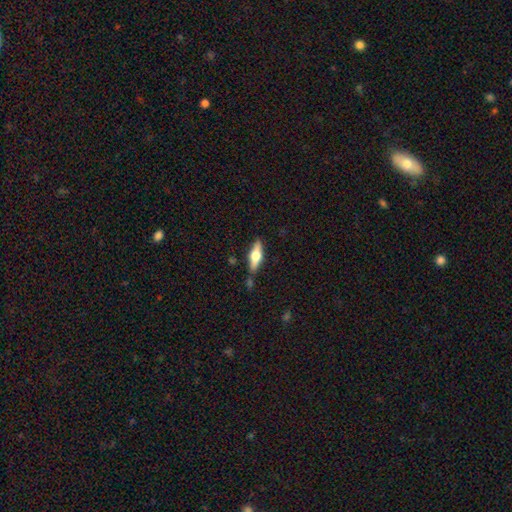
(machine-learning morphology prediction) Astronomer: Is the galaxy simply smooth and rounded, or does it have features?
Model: featured or disk — 56% (runner-up: smooth, 37%).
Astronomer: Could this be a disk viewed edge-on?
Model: yes — 94%.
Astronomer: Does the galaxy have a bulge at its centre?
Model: rounded — 93%.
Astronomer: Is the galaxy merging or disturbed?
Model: none — 79%.